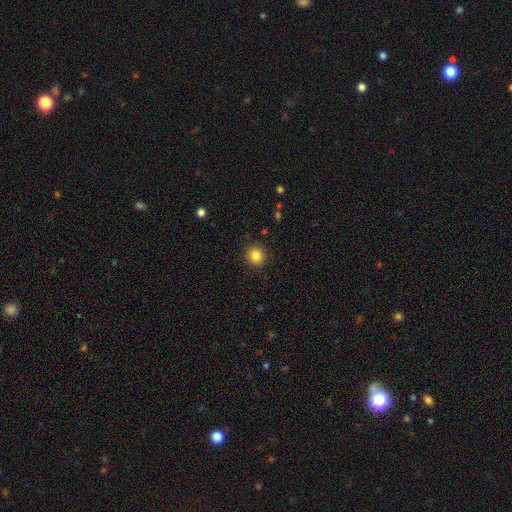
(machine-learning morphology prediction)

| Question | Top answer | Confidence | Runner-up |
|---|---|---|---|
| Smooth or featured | smooth | 85% | star or artifact (10%) |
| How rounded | round | 91% | in between (8%) |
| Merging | none | 91% | minor disturbance (6%) |